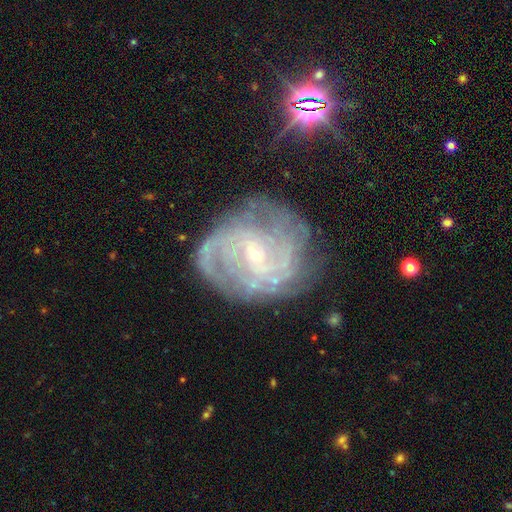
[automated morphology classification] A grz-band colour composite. It shows a featured or disk galaxy (84%) with no bar (47%), tight (58%) spiral arms (94%) and a small central bulge (86%). Merging: none (68%).